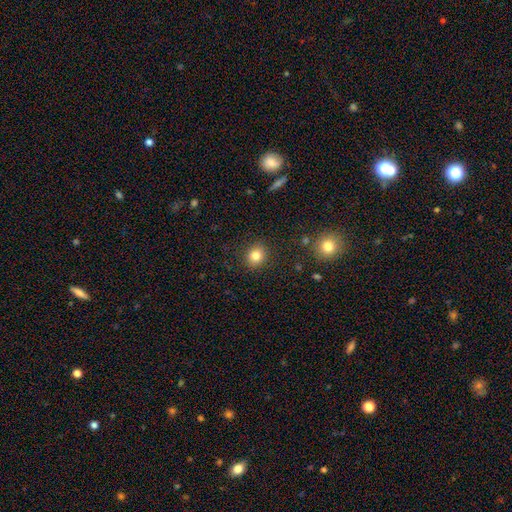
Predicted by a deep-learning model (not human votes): Q: Smooth or featured?
A: smooth (82%); runner-up: star or artifact (11%)
Q: How rounded?
A: round (76%); runner-up: in between (23%)
Q: Merging?
A: none (89%); runner-up: minor disturbance (7%)